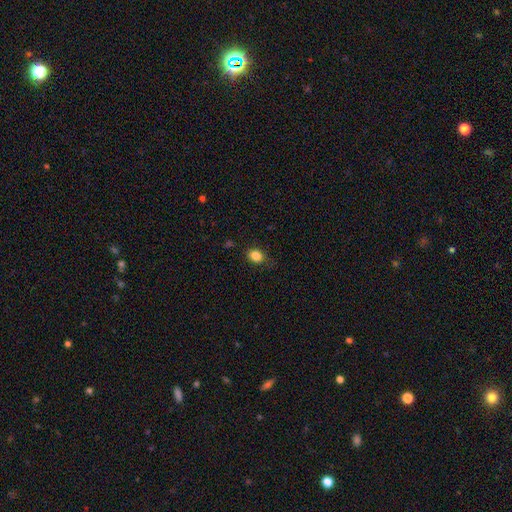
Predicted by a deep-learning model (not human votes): smooth-or-featured: smooth: 85% | star or artifact: 10% | featured or disk: 5%
  how-rounded: in between: 62% | round: 37% | cigar-shaped: 1%
  merging: none: 79% | minor disturbance: 16% | major disturbance: 4% | merger: 1%